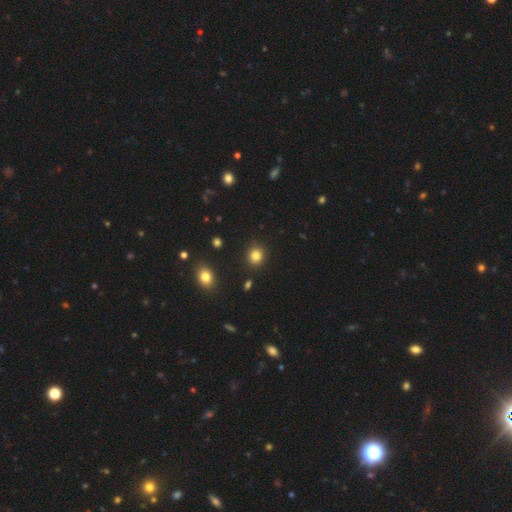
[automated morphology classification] Overall: smooth (84%). How rounded: round (82%). Merging: none (89%).